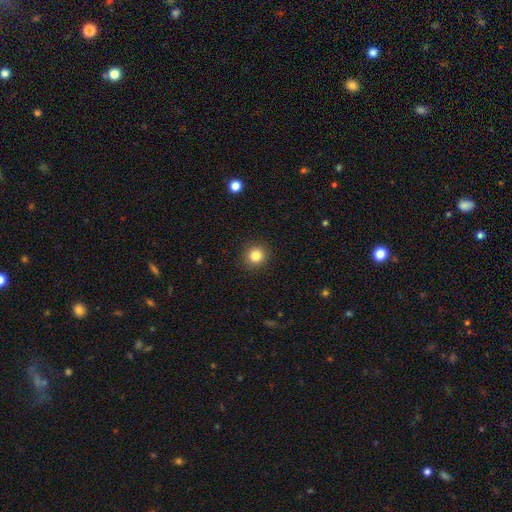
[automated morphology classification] smooth_or_featured: smooth (p=0.84) [alt: star or artifact p=0.11]
how_rounded: round (p=0.92) [alt: in between p=0.07]
merging: none (p=0.91) [alt: minor disturbance p=0.06]